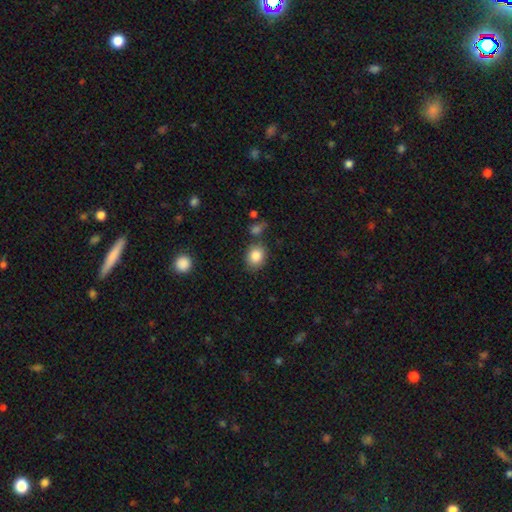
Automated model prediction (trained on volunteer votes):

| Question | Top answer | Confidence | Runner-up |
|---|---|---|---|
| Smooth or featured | smooth | 85% | star or artifact (8%) |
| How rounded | round | 55% | in between (44%) |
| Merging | none | 74% | minor disturbance (14%) |